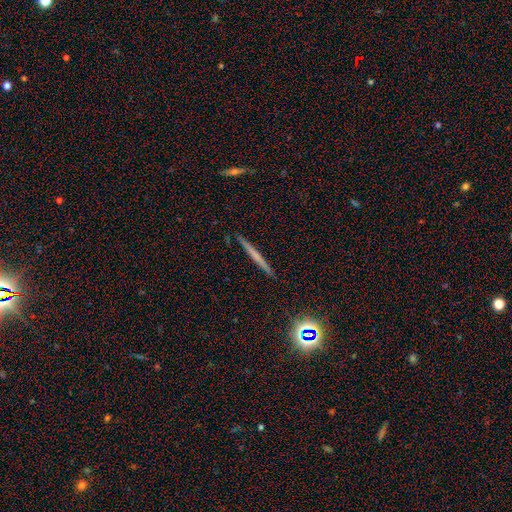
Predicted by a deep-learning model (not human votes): Smooth or featured?
  - smooth: 46% *
  - featured or disk: 42%
  - star or artifact: 12%
Merging?
  - none: 91% *
  - minor disturbance: 7%
  - major disturbance: 1%
  - merger: 1%